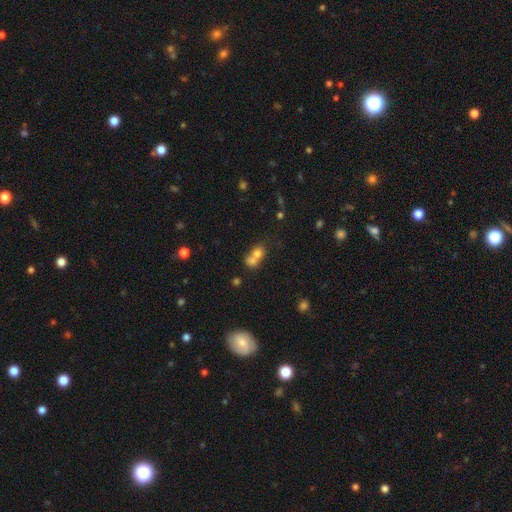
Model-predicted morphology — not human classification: smooth 69%, featured or disk 18%, star or artifact 13%. Down the decision tree: how rounded — round (61%); merging — merger (69%).